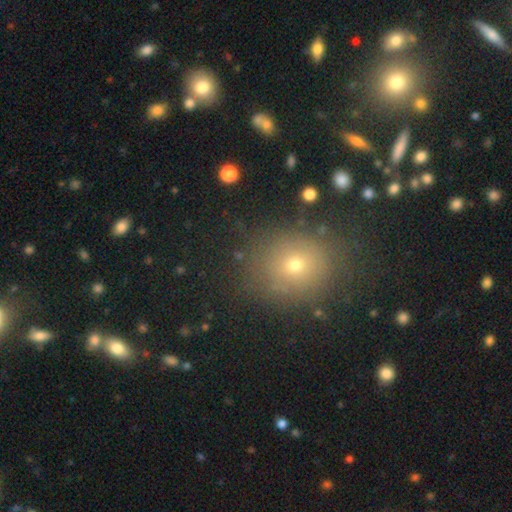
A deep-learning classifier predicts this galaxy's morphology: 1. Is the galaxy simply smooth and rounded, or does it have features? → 59% smooth, 30% star or artifact, 11% featured or disk.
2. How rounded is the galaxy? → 75% round, 23% in between, 1% cigar-shaped.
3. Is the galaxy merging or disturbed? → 87% none, 8% minor disturbance, 3% major disturbance, 2% merger.